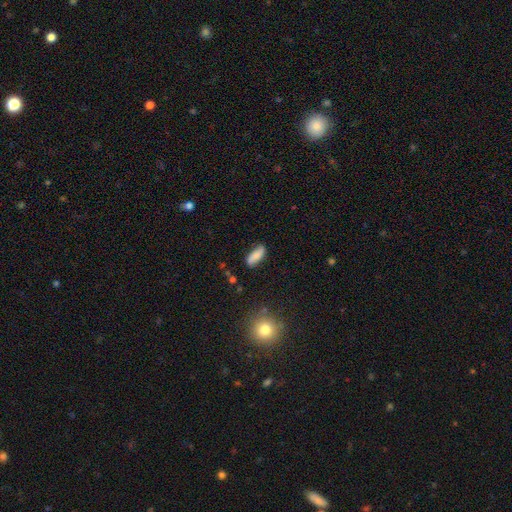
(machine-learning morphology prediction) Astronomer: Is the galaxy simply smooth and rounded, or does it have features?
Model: smooth — 64%.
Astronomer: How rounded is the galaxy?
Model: in between — 70%.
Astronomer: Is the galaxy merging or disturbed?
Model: none — 75%.